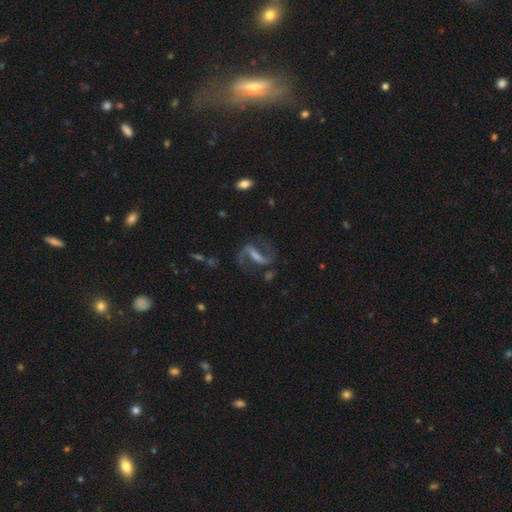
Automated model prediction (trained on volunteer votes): Q: Smooth or featured?
A: featured or disk (86%); runner-up: star or artifact (7%)
Q: Edge-on disk?
A: no (95%); runner-up: yes (5%)
Q: Bar?
A: strong (60%); runner-up: weak (31%)
Q: Spiral arms?
A: yes (95%); runner-up: no (5%)
Q: Spiral winding?
A: loose (50%); runner-up: medium (43%)
Q: Spiral arm count?
A: 2 (93%); runner-up: can't tell (2%)
Q: Bulge size?
A: none (35%); runner-up: small (33%)
Q: Merging?
A: none (74%); runner-up: minor disturbance (13%)